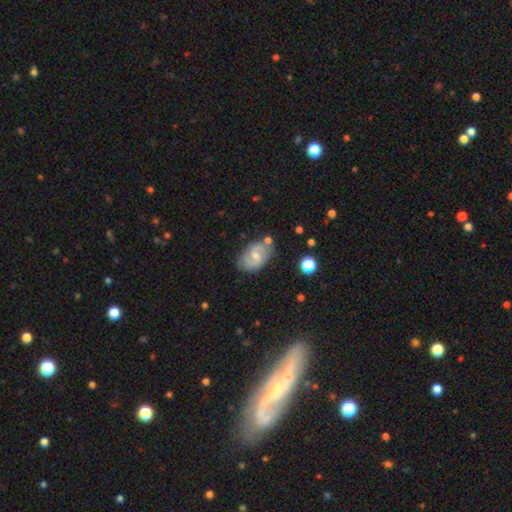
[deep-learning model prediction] Q: Smooth or featured?
A: featured or disk (60%); runner-up: smooth (33%)
Q: Edge-on disk?
A: no (96%); runner-up: yes (4%)
Q: Bar?
A: weak (56%); runner-up: no (31%)
Q: Spiral arms?
A: yes (81%); runner-up: no (19%)
Q: Bulge size?
A: moderate (48%); runner-up: small (46%)
Q: Merging?
A: none (68%); runner-up: minor disturbance (20%)